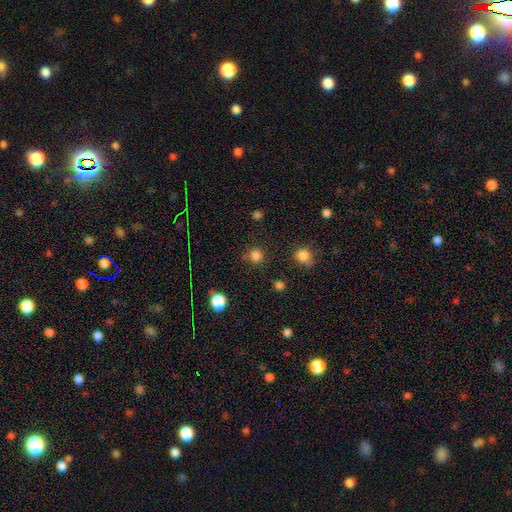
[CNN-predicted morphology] Q: Smooth or featured?
A: smooth (80%); runner-up: star or artifact (16%)
Q: How rounded?
A: round (93%); runner-up: in between (6%)
Q: Merging?
A: none (82%); runner-up: minor disturbance (10%)